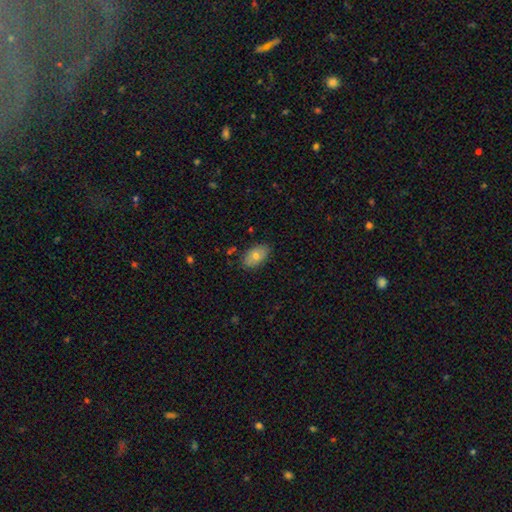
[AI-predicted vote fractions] Smooth or featured: smooth — 71% (featured or disk — 22%)
How rounded: in between — 92% (round — 7%)
Merging: none — 85% (minor disturbance — 12%)